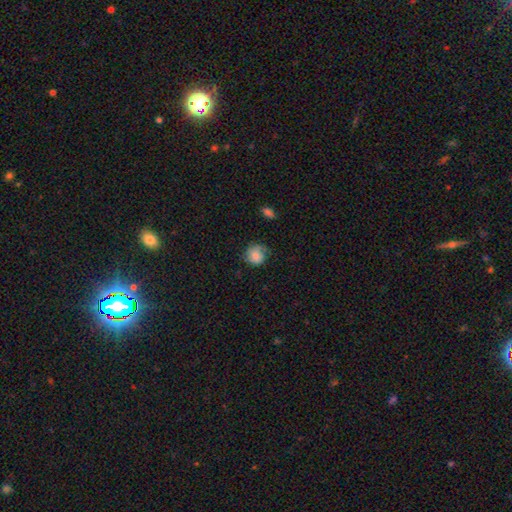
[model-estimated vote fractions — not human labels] Morphology: type=smooth (77%); roundness=round (82%); merging=none (59%).